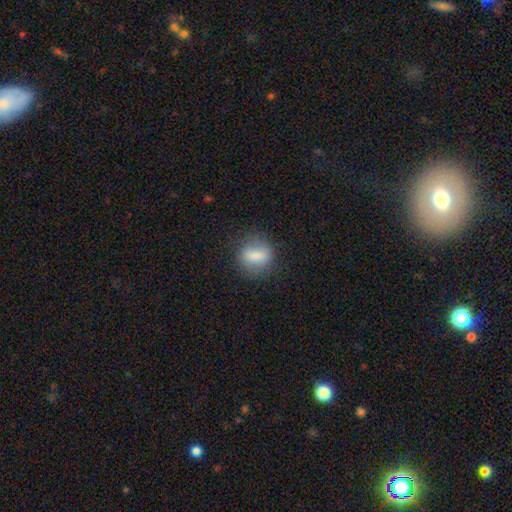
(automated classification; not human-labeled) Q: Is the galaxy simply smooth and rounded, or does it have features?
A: smooth — 77%.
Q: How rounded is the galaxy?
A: round — 48%.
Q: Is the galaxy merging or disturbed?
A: none — 77%.